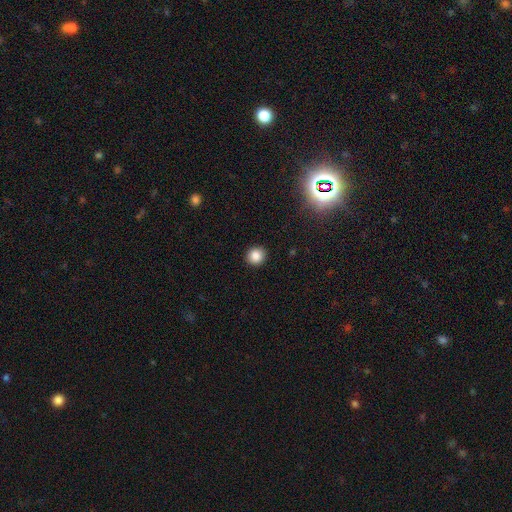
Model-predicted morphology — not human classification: Smooth or featured? smooth (85%)
How rounded? round (87%)
Merging? none (92%)